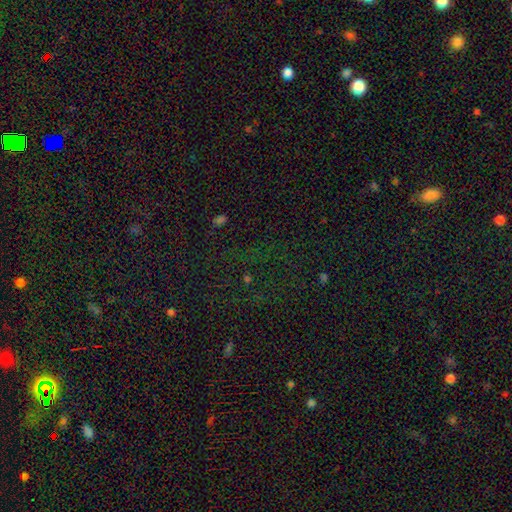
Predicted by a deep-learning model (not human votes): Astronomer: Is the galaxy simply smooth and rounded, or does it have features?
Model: star or artifact — 72%.